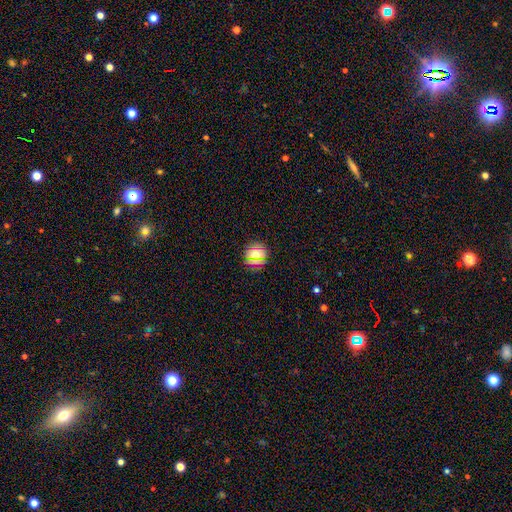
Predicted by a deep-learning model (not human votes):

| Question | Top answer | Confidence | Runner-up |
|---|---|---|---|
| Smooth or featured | smooth | 61% | star or artifact (26%) |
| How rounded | round | 88% | in between (10%) |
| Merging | none | 87% | minor disturbance (9%) |